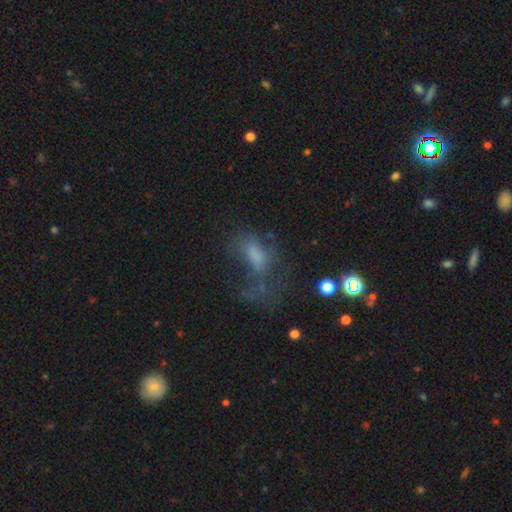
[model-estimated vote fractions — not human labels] A smooth galaxy with no disk features (49%).

Vote fractions:
- Smooth or featured? smooth: 49% / featured or disk: 31% / star or artifact: 20%
- Merging? major disturbance: 48% / none: 28% / minor disturbance: 18% / merger: 6%